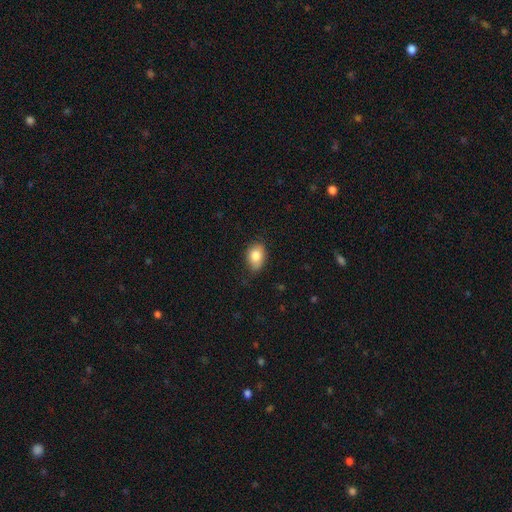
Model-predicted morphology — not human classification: smooth 82%, featured or disk 10%, star or artifact 8%. Down the decision tree: how rounded — in between (76%); merging — none (71%).